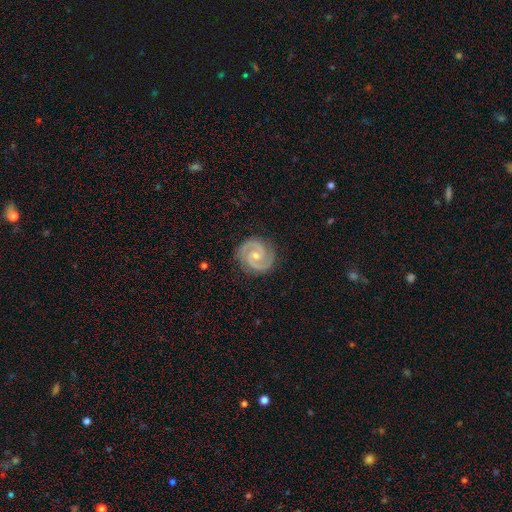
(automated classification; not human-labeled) The model was most divided on "bulge size": small: 49%, moderate: 46%, none: 2%, large: 1%, dominant: 1%. More confident: spiral arms — yes (99%); edge-on disk — no (98%); spiral arm count — 2 (94%); smooth or featured — featured or disk (92%); merging — none (86%); spiral winding — tight (53%); bar — no (52%).